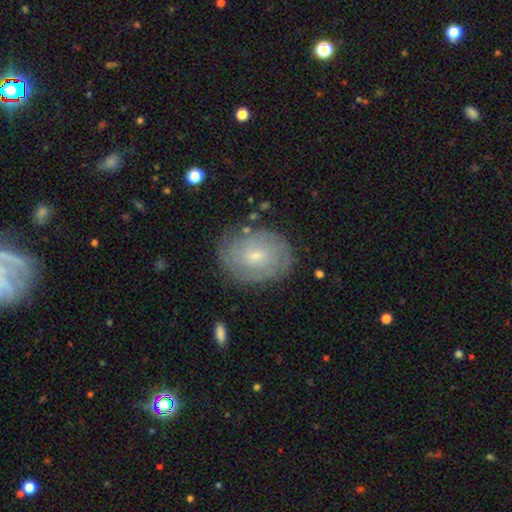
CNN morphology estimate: This is likely a featured or disk galaxy (65%). It is clearly not viewed edge-on (97%). Bar: possibly no (54%). Spiral arm pattern: clearly yes (85%). Spiral arm count: possibly can't tell (54%). Spiral winding: likely tight (72%). Central bulge: likely small (71%). Merging: likely none (78%).